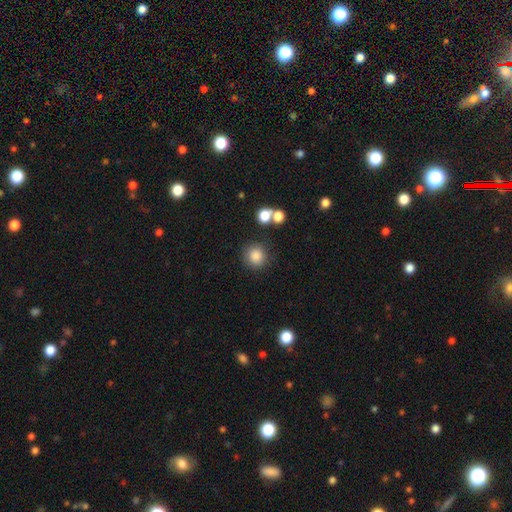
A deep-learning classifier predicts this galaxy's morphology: This is clearly a smooth galaxy (84%). How rounded: clearly round (90%). Merging: clearly none (82%).